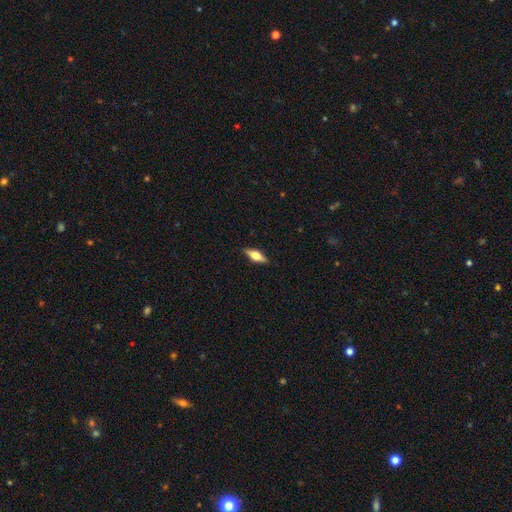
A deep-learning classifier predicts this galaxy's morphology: A smooth galaxy with no disk features (51%) that is in between round and cigar-shaped (63%).

Vote fractions:
- Smooth or featured? smooth: 51% / featured or disk: 42% / star or artifact: 7%
- How rounded? in between: 63% / cigar-shaped: 34% / round: 3%
- Merging? none: 88% / minor disturbance: 9% / major disturbance: 2% / merger: 1%